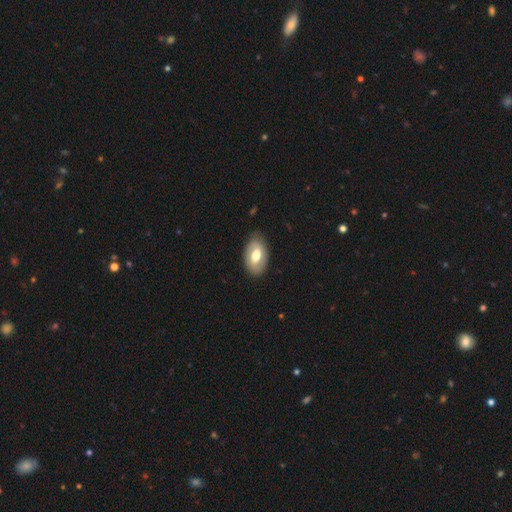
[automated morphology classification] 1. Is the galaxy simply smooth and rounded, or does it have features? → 49% smooth, 45% featured or disk, 6% star or artifact.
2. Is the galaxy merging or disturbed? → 82% none, 14% minor disturbance, 4% major disturbance, 1% merger.